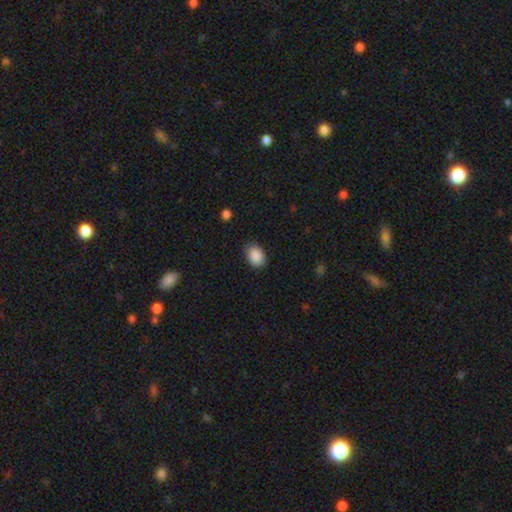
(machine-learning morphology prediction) smooth-or-featured: smooth: 89% | star or artifact: 7% | featured or disk: 4%
  how-rounded: in between: 80% | round: 19% | cigar-shaped: 1%
  merging: none: 81% | minor disturbance: 15% | major disturbance: 3% | merger: 1%